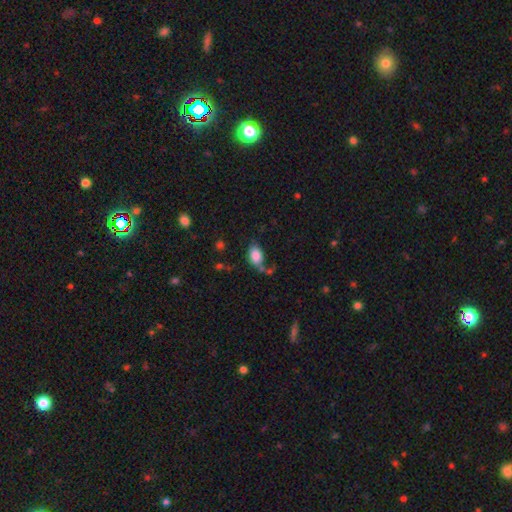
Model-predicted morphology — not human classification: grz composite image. It shows a smooth galaxy with no disk features (85%) that is in between round and cigar-shaped (88%). Merging: none (60%).